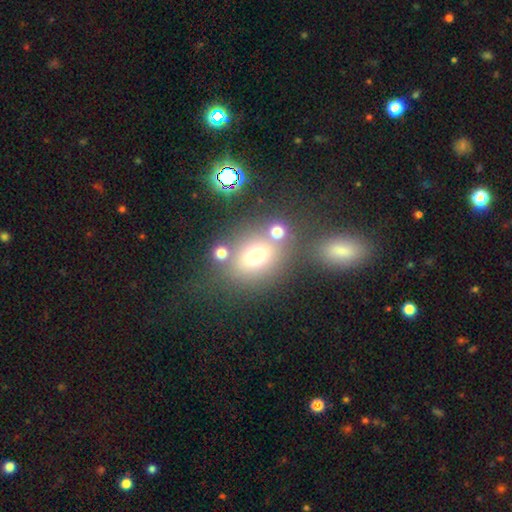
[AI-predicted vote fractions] This is likely a smooth galaxy (66%). How rounded: possibly round (51%). Merging: likely none (62%).